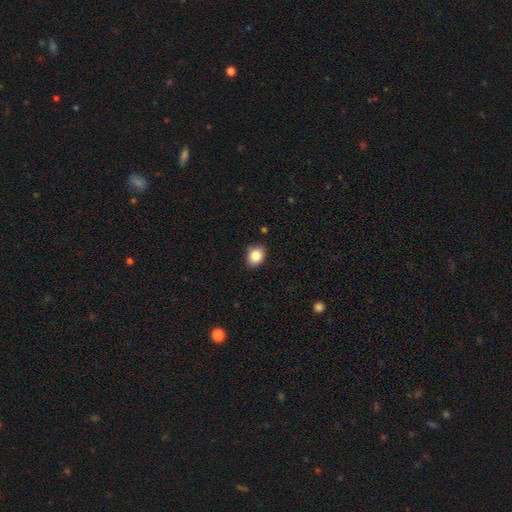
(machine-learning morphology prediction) smooth-or-featured: smooth: 87% | star or artifact: 9% | featured or disk: 5%
  how-rounded: in between: 51% | round: 48% | cigar-shaped: 1%
  merging: none: 84% | minor disturbance: 12% | major disturbance: 2% | merger: 1%